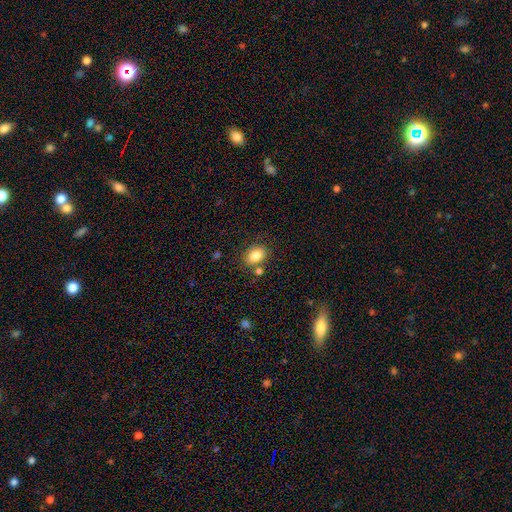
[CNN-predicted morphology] Q: Smooth or featured?
A: smooth (84%); runner-up: star or artifact (9%)
Q: How rounded?
A: in between (75%); runner-up: round (24%)
Q: Merging?
A: none (75%); runner-up: minor disturbance (12%)